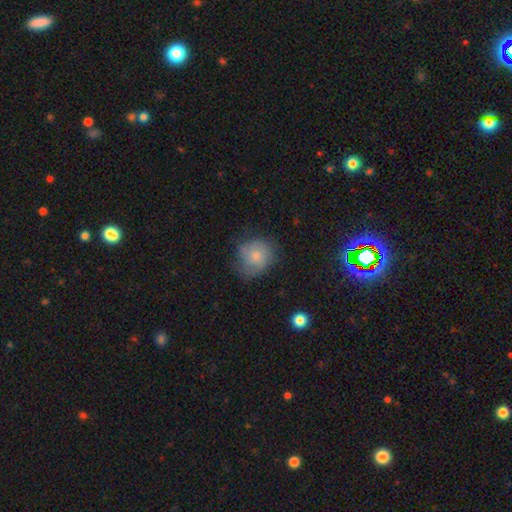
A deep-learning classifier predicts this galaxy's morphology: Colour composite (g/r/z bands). It shows a smooth galaxy with no disk features (75%) that is round (78%). Merging: none (57%).